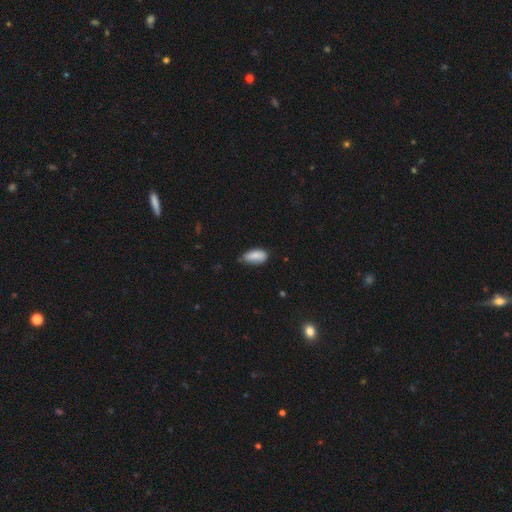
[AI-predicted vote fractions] This is clearly a smooth galaxy (83%). How rounded: clearly in between (89%). Merging: possibly none (53%).